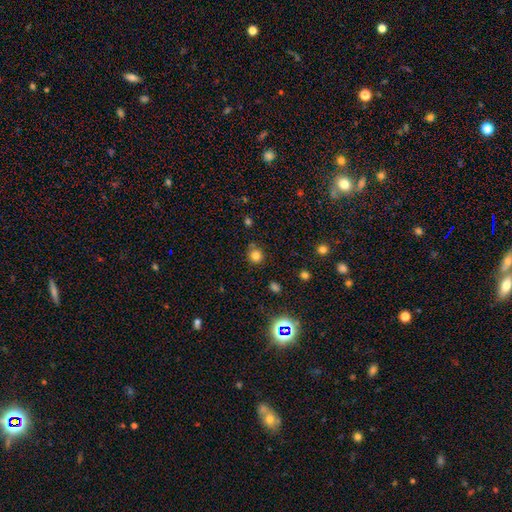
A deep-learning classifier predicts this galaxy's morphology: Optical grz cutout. It shows a smooth galaxy with no disk features (80%) that is round (90%). Merging: none (78%).